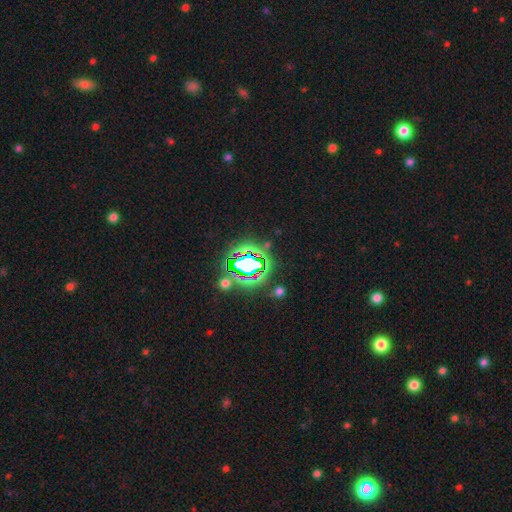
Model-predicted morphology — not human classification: This is clearly a star or artifact rather than a galaxy (83%).